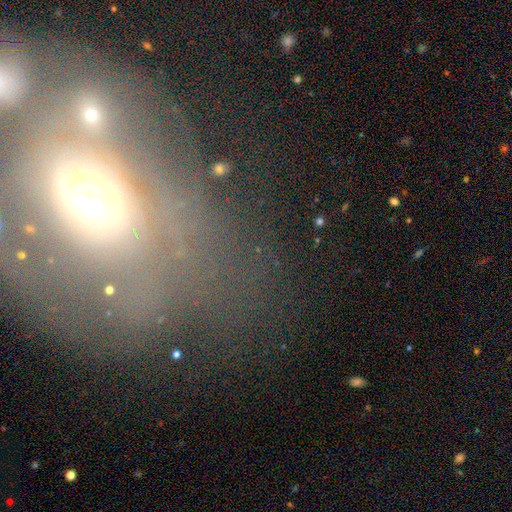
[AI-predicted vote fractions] Smooth or featured?
  - featured or disk: 41% *
  - smooth: 32%
  - star or artifact: 28%
Merging?
  - none: 48% *
  - major disturbance: 24%
  - minor disturbance: 17%
  - merger: 11%